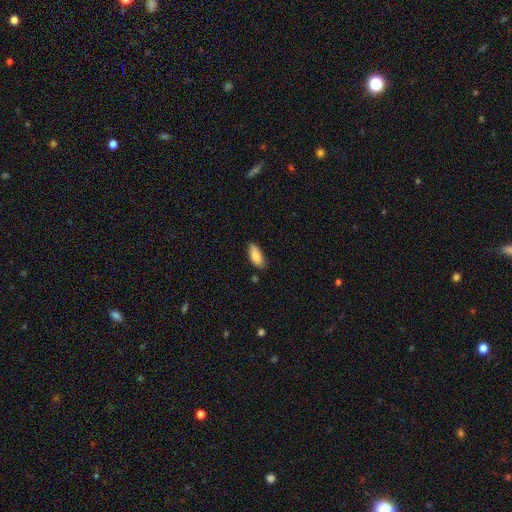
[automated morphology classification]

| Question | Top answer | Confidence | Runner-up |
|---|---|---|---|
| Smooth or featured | smooth | 86% | featured or disk (7%) |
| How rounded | in between | 88% | cigar-shaped (10%) |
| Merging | none | 80% | minor disturbance (16%) |